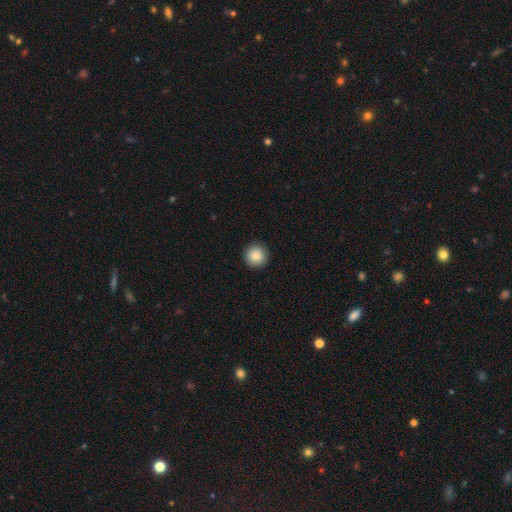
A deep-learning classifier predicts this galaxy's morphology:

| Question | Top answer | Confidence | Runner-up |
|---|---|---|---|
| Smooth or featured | smooth | 88% | star or artifact (8%) |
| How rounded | round | 95% | in between (4%) |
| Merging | none | 93% | minor disturbance (5%) |